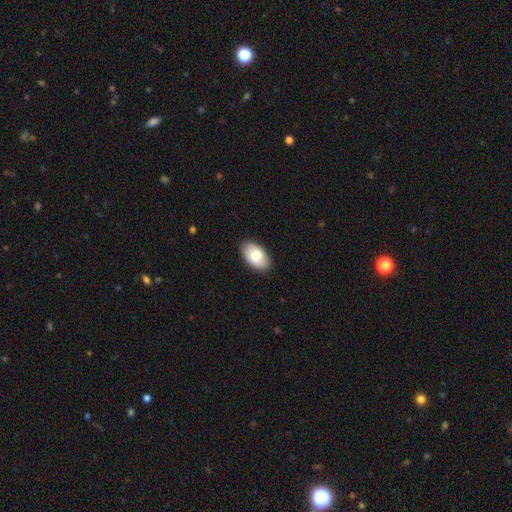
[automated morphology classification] Q: Smooth or featured?
A: smooth (78%); runner-up: featured or disk (16%)
Q: How rounded?
A: in between (94%); runner-up: round (4%)
Q: Merging?
A: none (88%); runner-up: minor disturbance (9%)